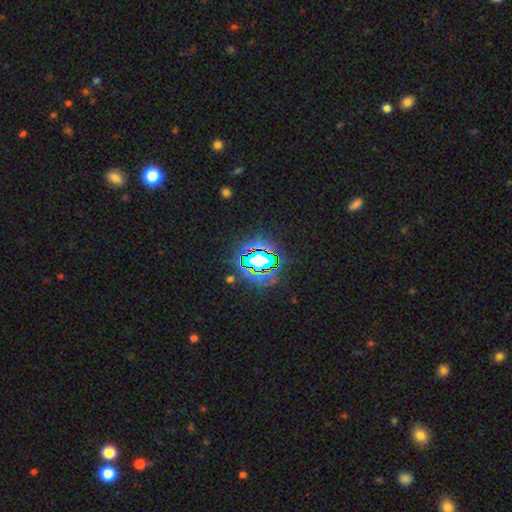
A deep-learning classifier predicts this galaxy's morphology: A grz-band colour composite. It shows a star or artifact, not a galaxy (74%).